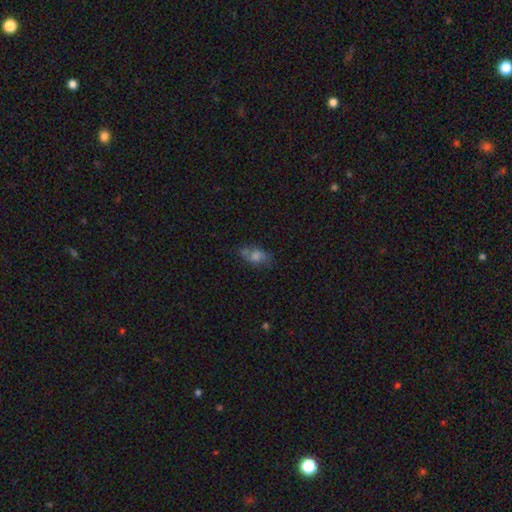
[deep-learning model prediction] Smooth or featured: smooth — 50% (featured or disk — 30%)
How rounded: in between — 73% (round — 19%)
Merging: none — 56% (minor disturbance — 21%)